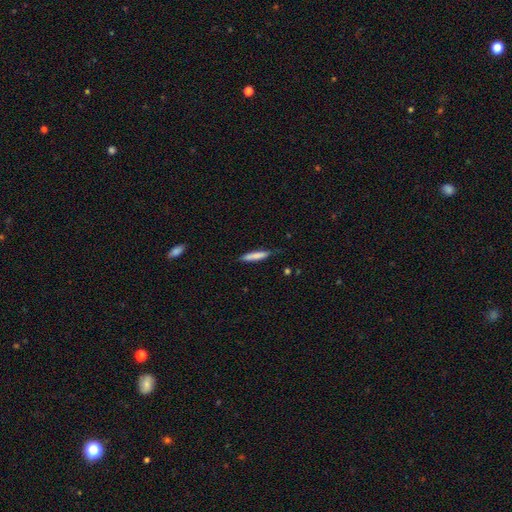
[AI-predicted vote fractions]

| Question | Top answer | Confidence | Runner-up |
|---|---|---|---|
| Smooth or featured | smooth | 79% | featured or disk (15%) |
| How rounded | cigar-shaped | 90% | in between (9%) |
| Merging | none | 79% | minor disturbance (16%) |